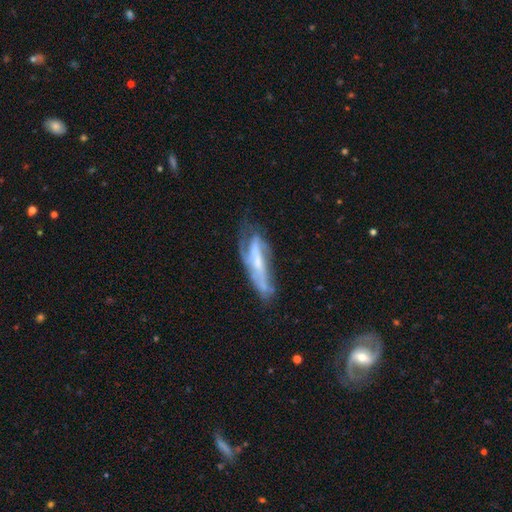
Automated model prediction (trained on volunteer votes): This appears to be a featured or disk galaxy (69%). Merging: none (48%).